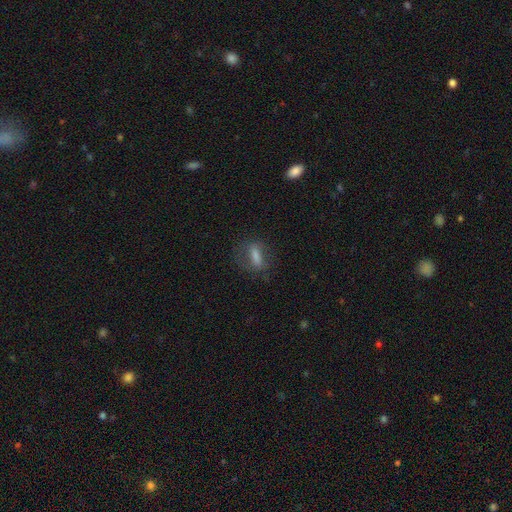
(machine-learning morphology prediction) Smooth or featured? smooth (59%)
How rounded? cigar-shaped (48%)
Merging? none (70%)